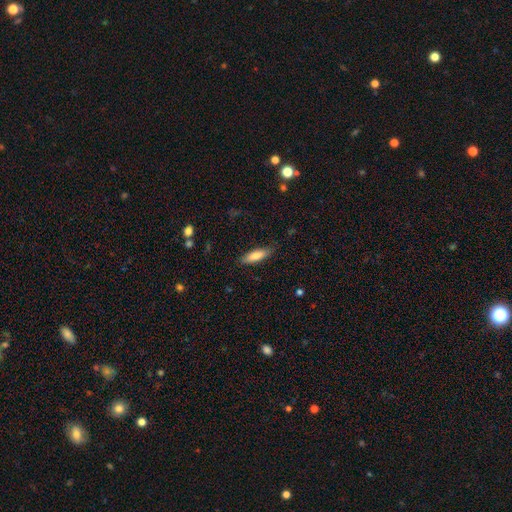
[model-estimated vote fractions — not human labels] smooth 80%, featured or disk 15%, star or artifact 6%. Down the decision tree: how rounded — cigar-shaped (55%); merging — none (84%).